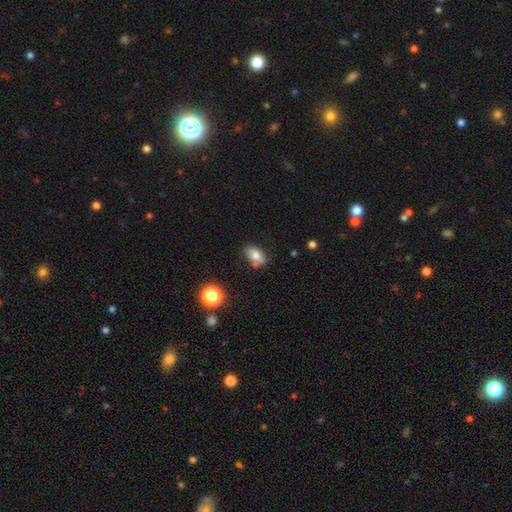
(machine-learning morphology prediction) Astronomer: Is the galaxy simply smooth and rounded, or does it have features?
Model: smooth — 72%.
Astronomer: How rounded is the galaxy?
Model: in between — 86%.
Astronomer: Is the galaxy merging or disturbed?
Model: none — 61%.